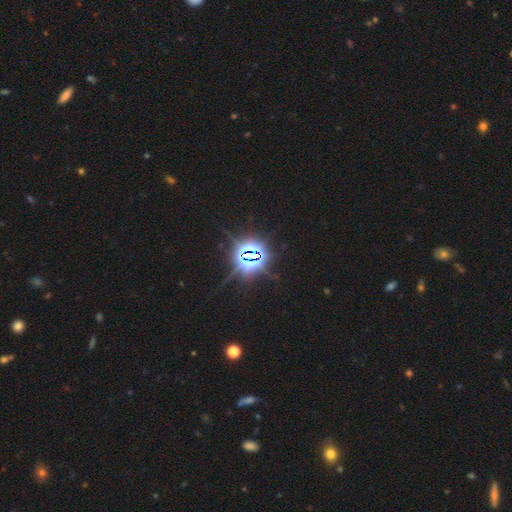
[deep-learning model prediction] Smooth or featured? Predicted: star or artifact (p=0.84).